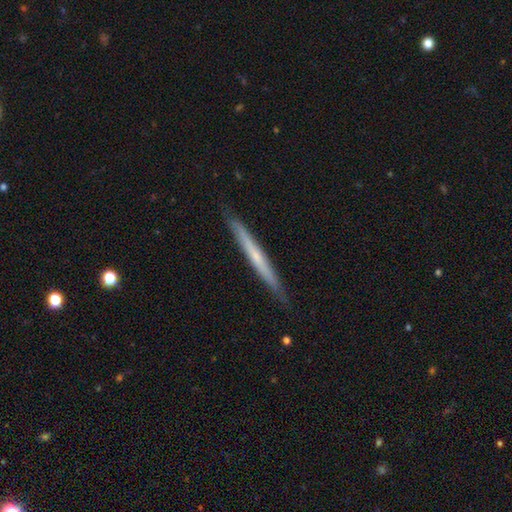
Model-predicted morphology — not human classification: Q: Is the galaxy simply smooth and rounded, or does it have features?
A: featured or disk — 55%.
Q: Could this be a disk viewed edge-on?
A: yes — 96%.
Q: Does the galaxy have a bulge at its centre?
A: none — 68%.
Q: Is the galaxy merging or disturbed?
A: none — 89%.